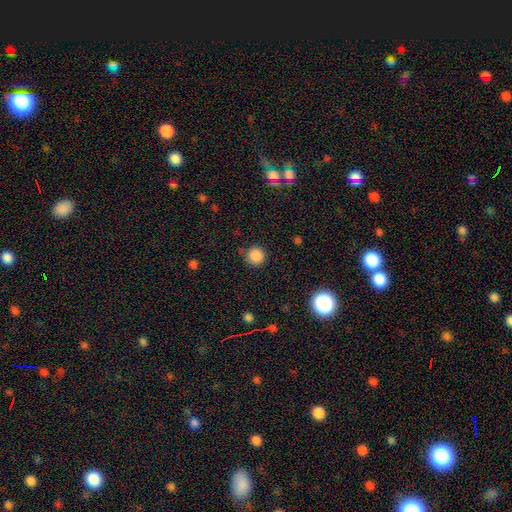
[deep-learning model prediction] Q: Smooth or featured?
A: smooth (85%); runner-up: star or artifact (11%)
Q: How rounded?
A: round (94%); runner-up: in between (5%)
Q: Merging?
A: none (87%); runner-up: minor disturbance (9%)